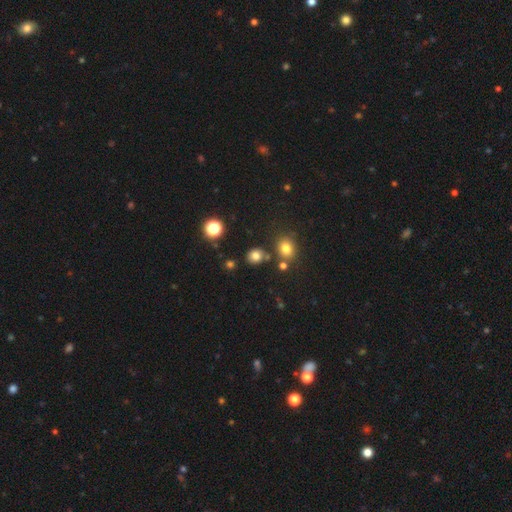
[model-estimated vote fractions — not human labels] Smooth or featured? Predicted: smooth (p=0.76). How rounded? Predicted: round (p=0.74). Merging? Predicted: none (p=0.80).